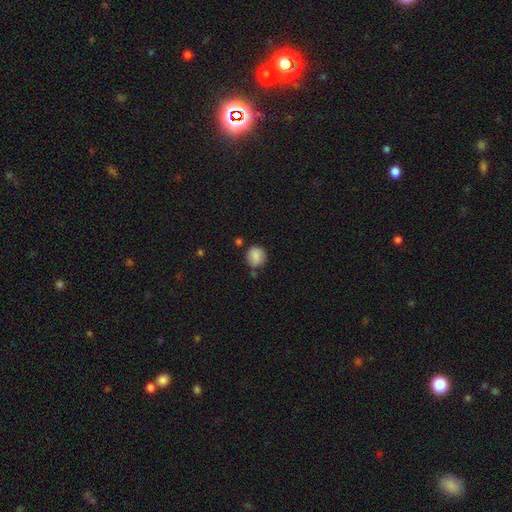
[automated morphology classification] smooth_or_featured: smooth (p=0.86) [alt: star or artifact p=0.08]
how_rounded: round (p=0.85) [alt: in between p=0.14]
merging: none (p=0.72) [alt: minor disturbance p=0.18]